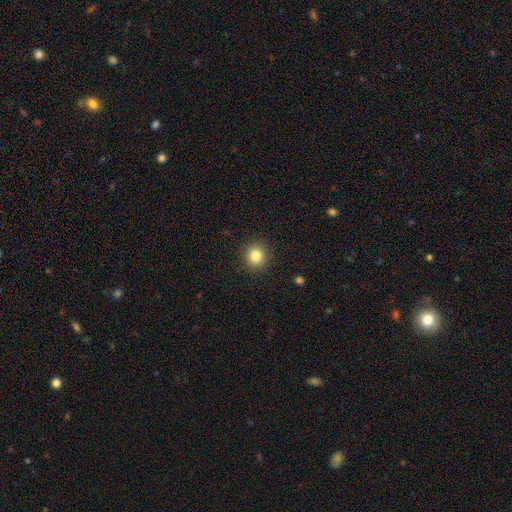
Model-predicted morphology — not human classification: Q: Smooth or featured?
A: smooth (83%); runner-up: star or artifact (11%)
Q: How rounded?
A: round (89%); runner-up: in between (11%)
Q: Merging?
A: none (90%); runner-up: minor disturbance (6%)